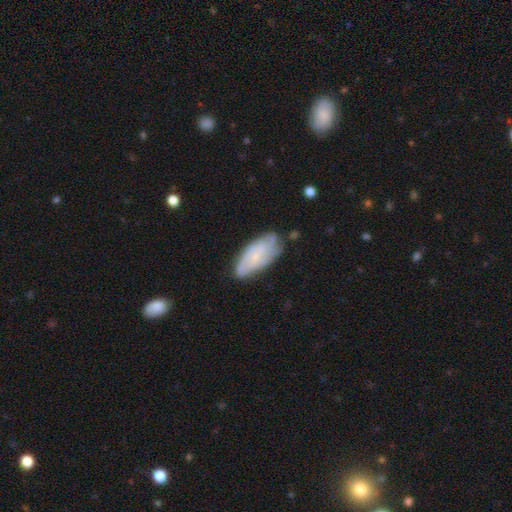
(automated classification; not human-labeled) This is likely a featured or disk galaxy (68%). It is clearly not viewed edge-on (93%). Bar: likely no (71%). Spiral arm pattern: clearly yes (89%). Spiral arm count: marginally can't tell (39%). Spiral winding: possibly tight (55%). Central bulge: likely small (76%). Merging: likely none (70%).